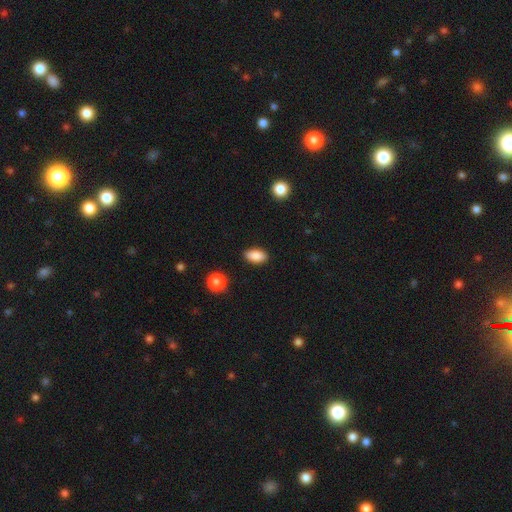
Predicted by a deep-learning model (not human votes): Smooth or featured?
  - smooth: 88% *
  - star or artifact: 8%
  - featured or disk: 4%
How rounded?
  - in between: 92% *
  - round: 5%
  - cigar-shaped: 3%
Merging?
  - none: 88% *
  - minor disturbance: 8%
  - major disturbance: 2%
  - merger: 1%